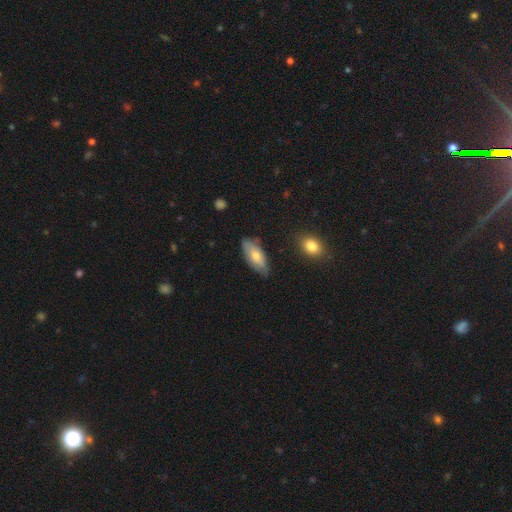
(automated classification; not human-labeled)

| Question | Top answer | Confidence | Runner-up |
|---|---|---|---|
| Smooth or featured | smooth | 63% | featured or disk (30%) |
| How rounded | in between | 87% | cigar-shaped (11%) |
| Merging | none | 72% | minor disturbance (23%) |